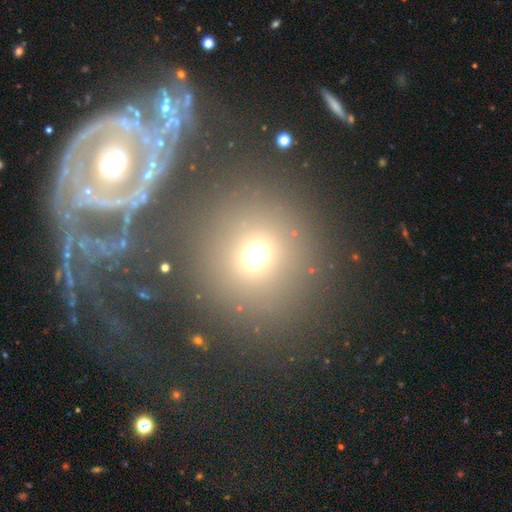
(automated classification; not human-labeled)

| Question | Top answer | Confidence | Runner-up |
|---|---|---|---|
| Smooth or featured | smooth | 65% | star or artifact (26%) |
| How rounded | round | 90% | in between (9%) |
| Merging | none | 75% | merger (11%) |